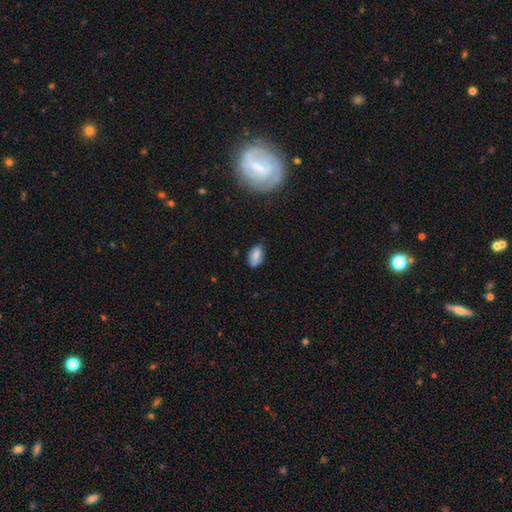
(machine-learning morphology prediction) Smooth or featured? smooth (78%)
How rounded? in between (90%)
Merging? none (62%)